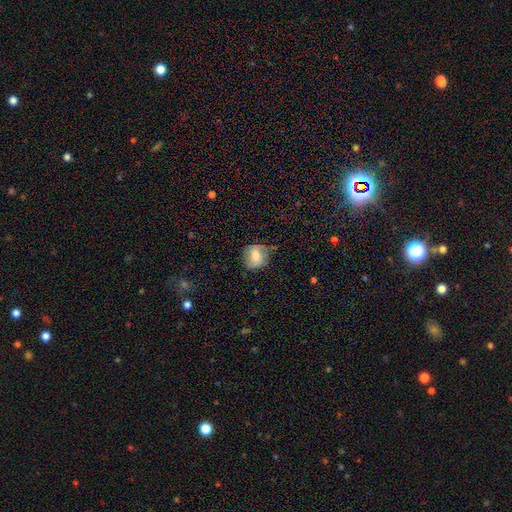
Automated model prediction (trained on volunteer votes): smooth 50%, featured or disk 42%, star or artifact 9%. Down the decision tree: merging — none (61%).